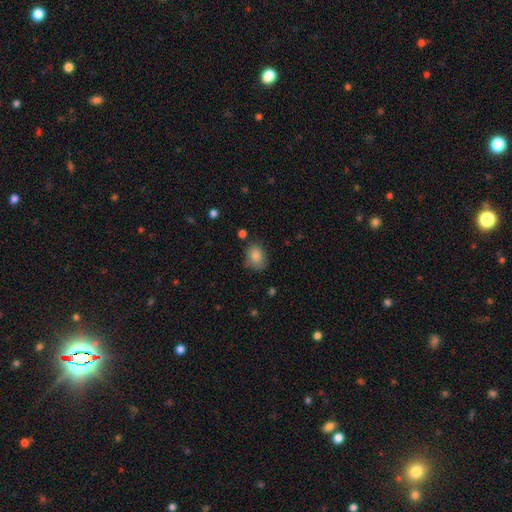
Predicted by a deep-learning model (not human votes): This is clearly a smooth galaxy (85%). How rounded: possibly in between (59%). Merging: likely none (68%).